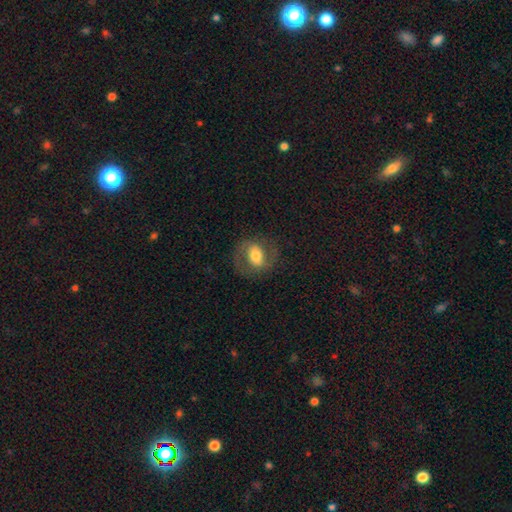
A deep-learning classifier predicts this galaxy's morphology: type=featured or disk (62%); edge-on=no (95%); bar=weak (39%); spiral arms=yes (79%); bulge=moderate (60%); merging=none (76%).